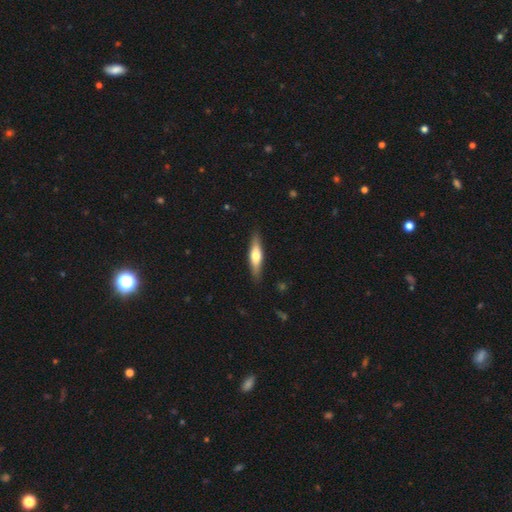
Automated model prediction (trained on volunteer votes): This is possibly a smooth galaxy (51%). How rounded: likely cigar-shaped (72%). Merging: clearly none (88%).